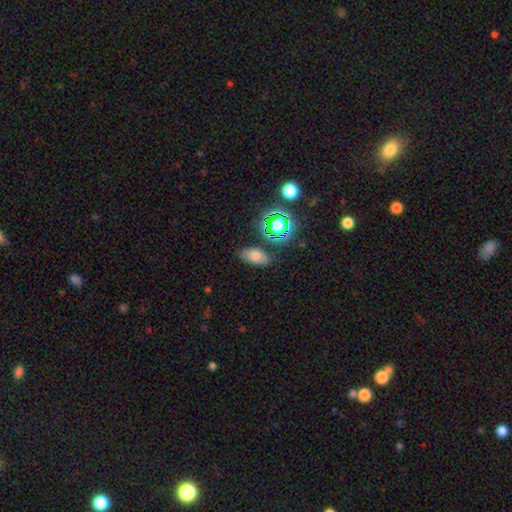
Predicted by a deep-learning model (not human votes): A smooth galaxy with no disk features (65%) that is in between round and cigar-shaped (87%).

Vote fractions:
- Smooth or featured? smooth: 65% / star or artifact: 21% / featured or disk: 14%
- How rounded? in between: 87% / round: 9% / cigar-shaped: 4%
- Merging? none: 80% / minor disturbance: 13% / major disturbance: 4% / merger: 4%